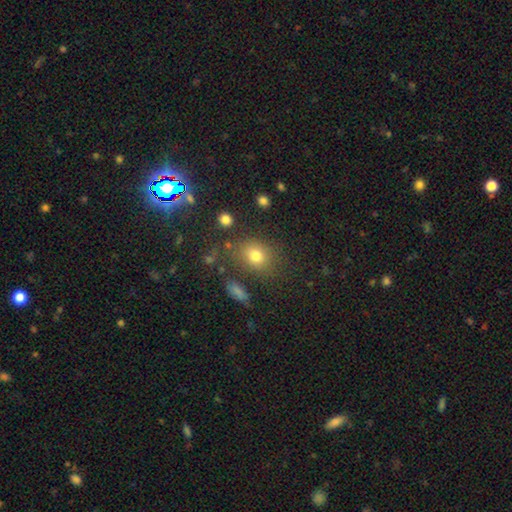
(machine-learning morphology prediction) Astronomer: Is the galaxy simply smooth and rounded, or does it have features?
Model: smooth — 76%.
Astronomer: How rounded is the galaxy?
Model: round — 57% (runner-up: in between, 42%).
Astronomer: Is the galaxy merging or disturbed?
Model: none — 75%.